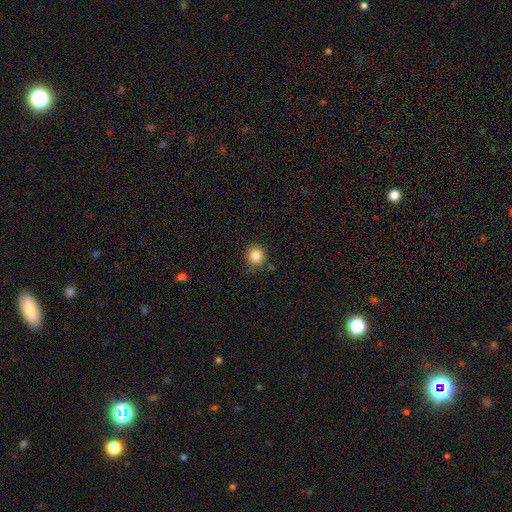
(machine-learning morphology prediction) Smooth or featured? Predicted: smooth (p=0.86). How rounded? Predicted: round (p=0.87). Merging? Predicted: none (p=0.77).